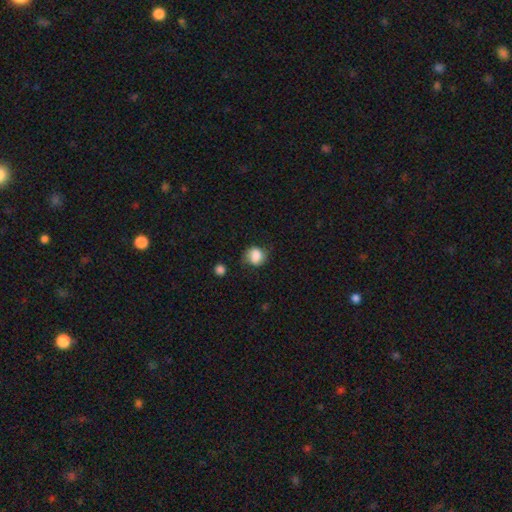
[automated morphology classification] This is likely a smooth galaxy (78%). How rounded: likely round (66%). Merging: possibly none (58%).